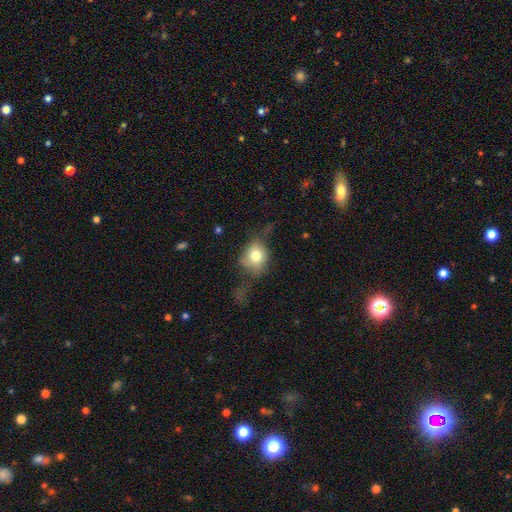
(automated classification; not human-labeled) A smooth galaxy with no disk features (71%) that is round (57%). Merging: none (42%).